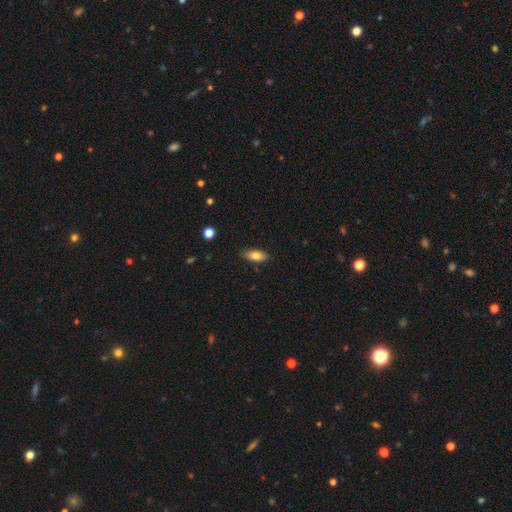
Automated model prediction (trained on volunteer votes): Morphology: type=smooth (79%); roundness=in between (81%); merging=none (85%).